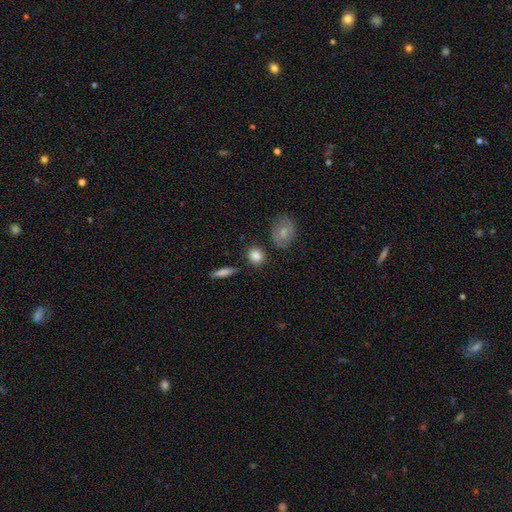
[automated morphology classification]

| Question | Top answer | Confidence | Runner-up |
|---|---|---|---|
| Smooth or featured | smooth | 85% | star or artifact (8%) |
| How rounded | round | 71% | in between (26%) |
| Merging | none | 82% | minor disturbance (10%) |